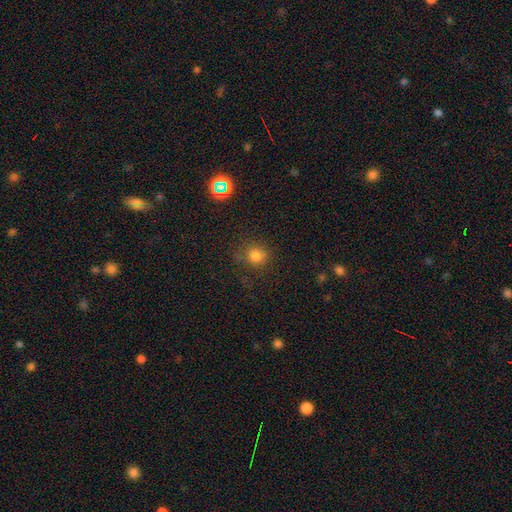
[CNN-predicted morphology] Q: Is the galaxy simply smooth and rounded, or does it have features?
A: smooth — 77%.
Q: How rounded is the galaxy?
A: round — 83%.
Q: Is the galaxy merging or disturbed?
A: none — 76%.